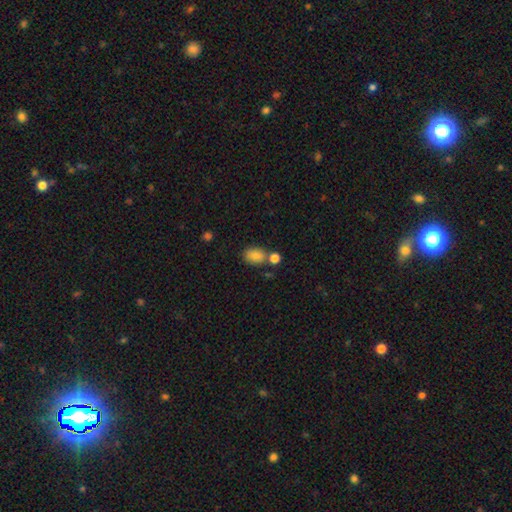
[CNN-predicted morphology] Q: Smooth or featured?
A: smooth (82%); runner-up: star or artifact (10%)
Q: How rounded?
A: in between (71%); runner-up: round (27%)
Q: Merging?
A: none (61%); runner-up: merger (21%)